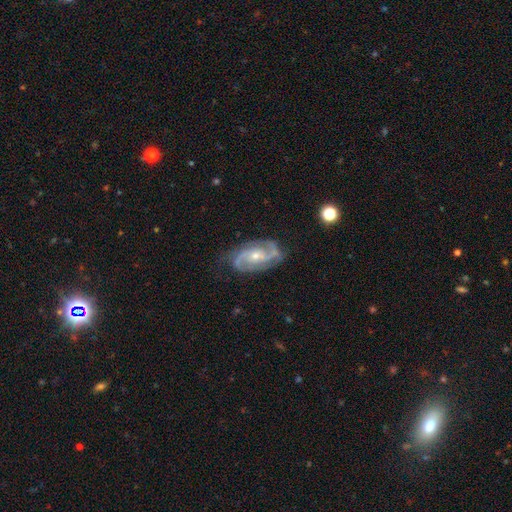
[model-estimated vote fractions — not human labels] Smooth or featured? featured or disk (90%)
Edge-on disk? no (96%)
Bar? no (52%)
Spiral arms? yes (98%)
Spiral winding? medium (51%)
Spiral arm count? 2 (74%)
Bulge size? small (53%)
Merging? none (75%)